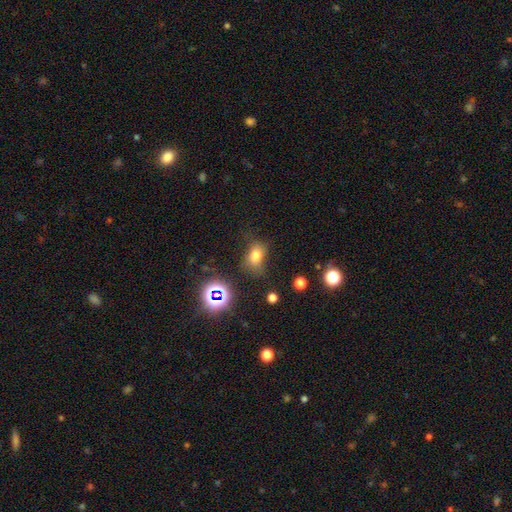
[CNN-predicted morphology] Smooth or featured: smooth — 71% (star or artifact — 19%)
How rounded: in between — 72% (round — 27%)
Merging: none — 60% (minor disturbance — 24%)